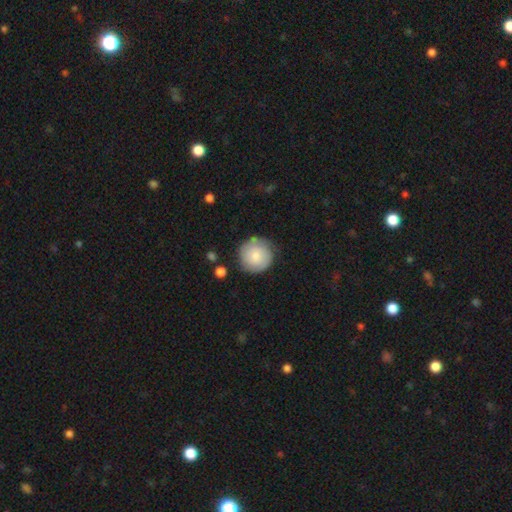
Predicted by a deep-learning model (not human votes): Smooth or featured? Predicted: smooth (p=0.66). How rounded? Predicted: round (p=0.94). Merging? Predicted: none (p=0.78).